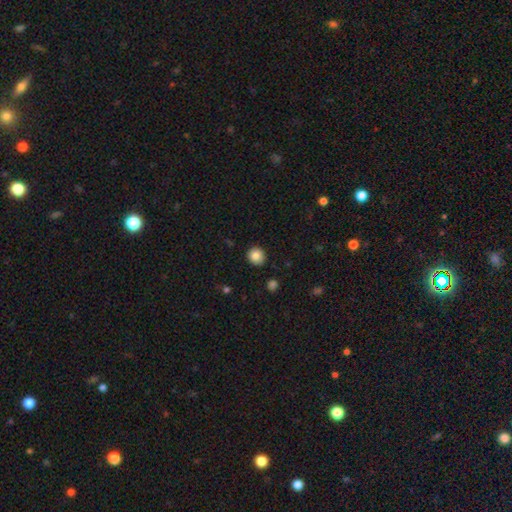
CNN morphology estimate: This appears to be a smooth galaxy with no disk features (85%) that is round (88%). Merging: none (89%).